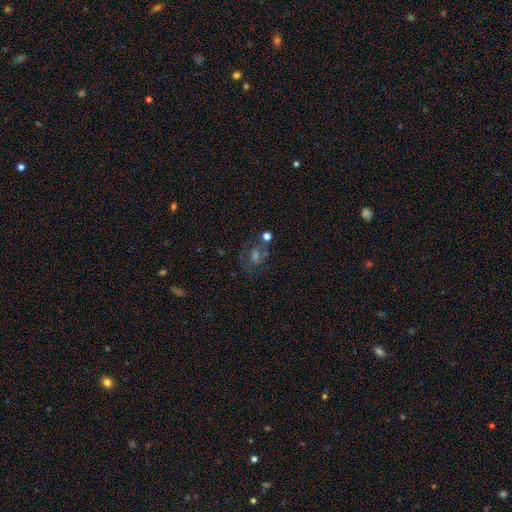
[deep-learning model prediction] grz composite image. It shows a featured or disk galaxy (48%). Merging: none (62%).